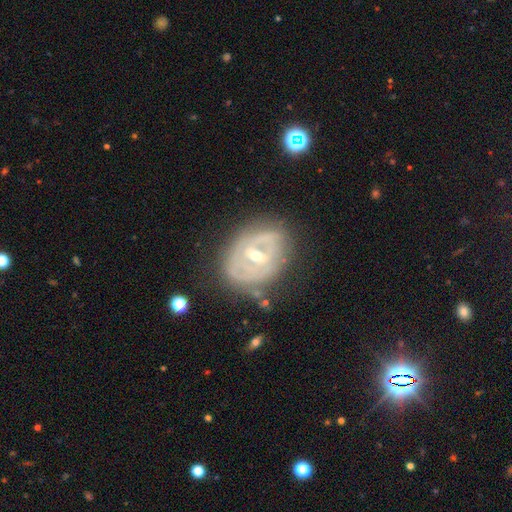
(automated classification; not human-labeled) Smooth or featured: featured or disk — 77% (smooth — 16%)
Edge-on disk: no — 95% (yes — 5%)
Bar: weak — 45% (strong — 31%)
Spiral arms: yes — 57% (no — 43%)
Bulge size: moderate — 57% (small — 39%)
Merging: none — 65% (minor disturbance — 22%)